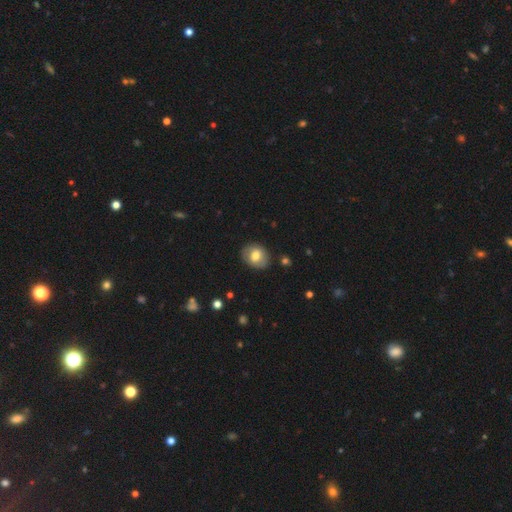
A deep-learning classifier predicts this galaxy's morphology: A smooth galaxy with no disk features (72%) that is round (53%).

Vote fractions:
- Smooth or featured? smooth: 72% / featured or disk: 20% / star or artifact: 8%
- How rounded? round: 53% / in between: 46% / cigar-shaped: 1%
- Merging? none: 84% / minor disturbance: 12% / major disturbance: 3% / merger: 1%